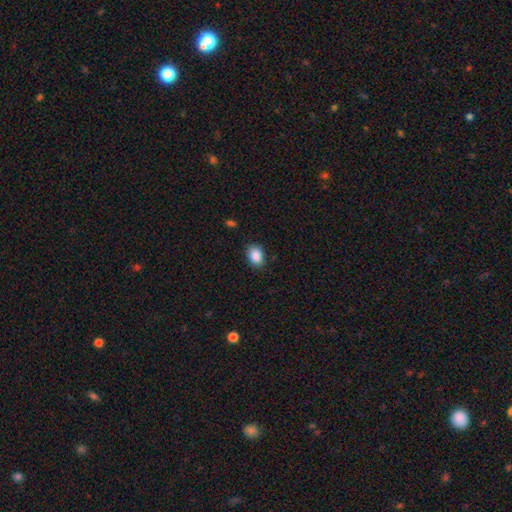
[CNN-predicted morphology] A smooth galaxy with no disk features (88%) that is in between round and cigar-shaped (76%).

Vote fractions:
- Smooth or featured? smooth: 88% / star or artifact: 8% / featured or disk: 4%
- How rounded? in between: 76% / round: 22% / cigar-shaped: 1%
- Merging? none: 85% / minor disturbance: 11% / major disturbance: 3% / merger: 1%